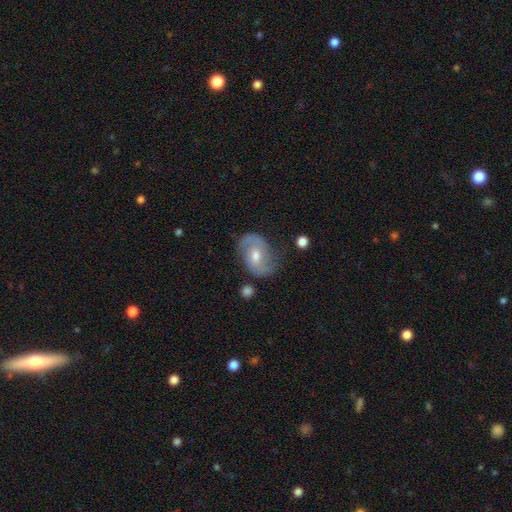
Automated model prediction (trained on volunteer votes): Overall: featured or disk (69%). Edge-on disk: no (97%). Bar: no (50%; weak 39%). Spiral arms: yes (86%). Spiral arm count: 2 (86%). Spiral winding: medium (46%; loose 31%). Bulge size: moderate (69%). Merging: none (71%).